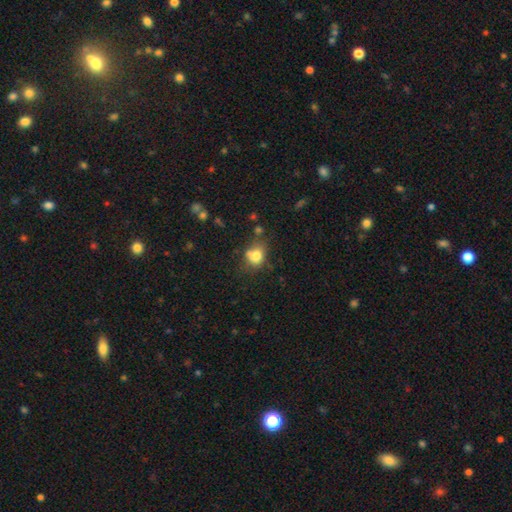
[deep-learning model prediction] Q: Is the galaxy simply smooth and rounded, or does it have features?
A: smooth — 75%.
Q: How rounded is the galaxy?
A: round — 53%.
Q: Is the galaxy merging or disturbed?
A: none — 43%.